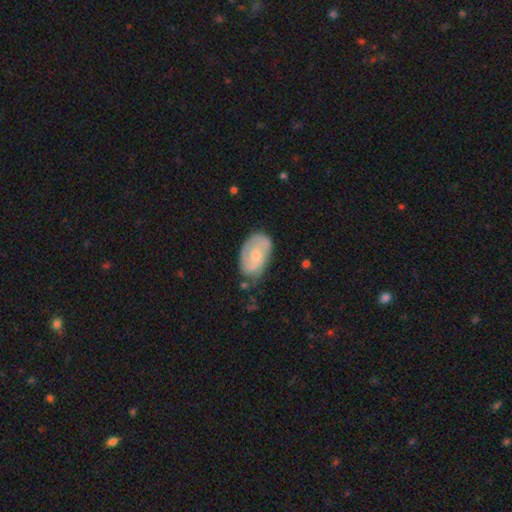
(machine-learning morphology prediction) Overall: featured or disk (63%; smooth 31%). Edge-on disk: no (96%). Bar: no (67%; weak 29%). Spiral arms: yes (83%). Spiral arm count: 2 (55%; can't tell 24%). Spiral winding: tight (48%; medium 37%). Bulge size: moderate (46%; small 43%). Merging: none (62%; minor disturbance 27%).